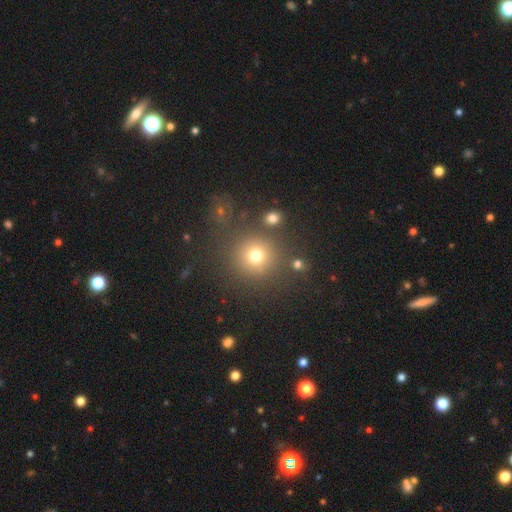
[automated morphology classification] Smooth or featured? Predicted: smooth (p=0.74). How rounded? Predicted: round (p=0.92). Merging? Predicted: none (p=0.80).